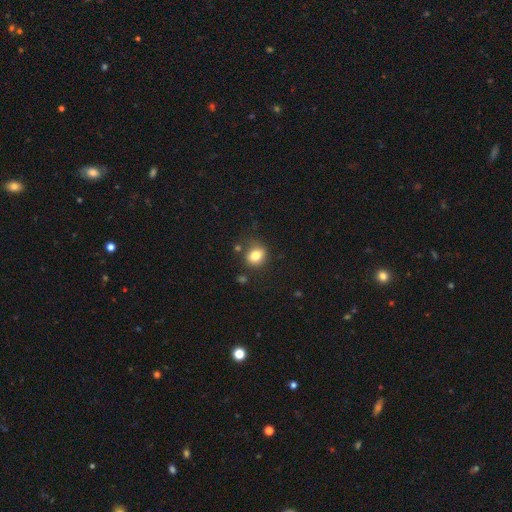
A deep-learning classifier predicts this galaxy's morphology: Smooth or featured: smooth — 79% (star or artifact — 11%)
How rounded: round — 65% (in between — 34%)
Merging: none — 75% (minor disturbance — 15%)